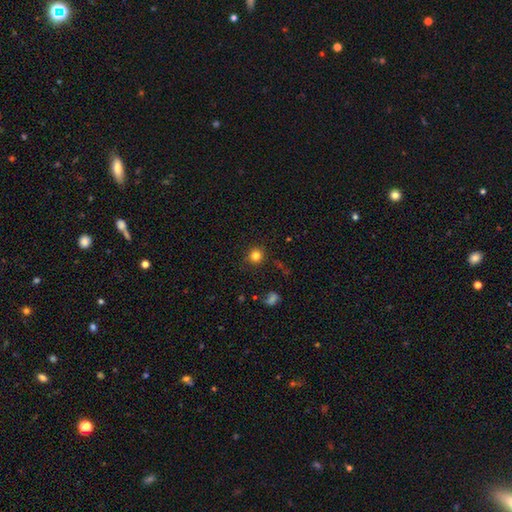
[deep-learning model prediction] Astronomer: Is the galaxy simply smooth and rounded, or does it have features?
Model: smooth — 80%.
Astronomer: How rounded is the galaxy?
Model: round — 91%.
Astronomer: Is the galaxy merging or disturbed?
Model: none — 86%.